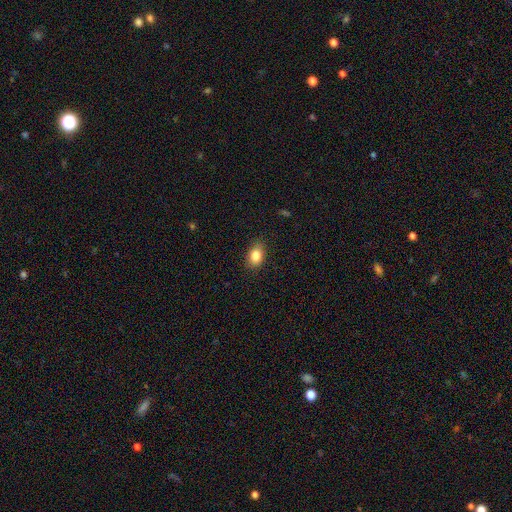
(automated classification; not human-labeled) A smooth galaxy with no disk features (84%) that is in between round and cigar-shaped (75%).

Vote fractions:
- Smooth or featured? smooth: 84% / star or artifact: 9% / featured or disk: 7%
- How rounded? in between: 75% / round: 24% / cigar-shaped: 2%
- Merging? none: 84% / minor disturbance: 13% / major disturbance: 3% / merger: 1%